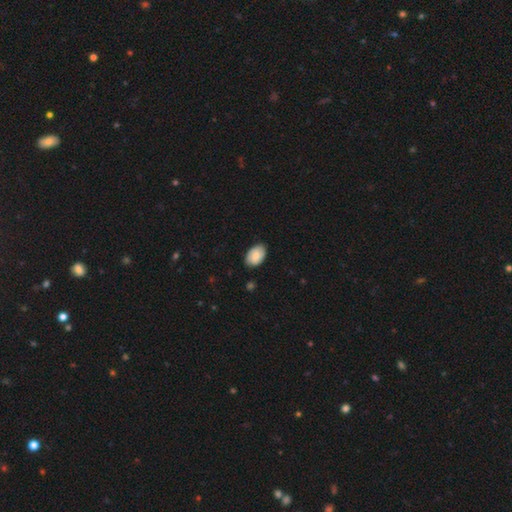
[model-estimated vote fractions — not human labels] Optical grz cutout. It shows a smooth galaxy with no disk features (76%) that is in between round and cigar-shaped (90%). Merging: none (80%).